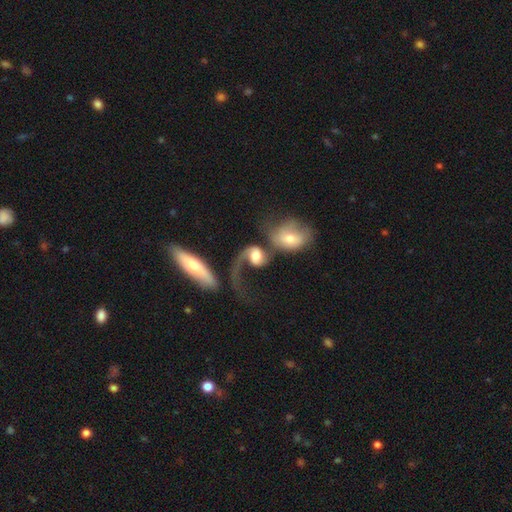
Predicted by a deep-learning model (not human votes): This appears to be a featured or disk galaxy (62%) with no bar (61%), 1 (59%) loose (73%) spiral arms (86%) and a moderate central bulge (50%). Merging: merger (55%).